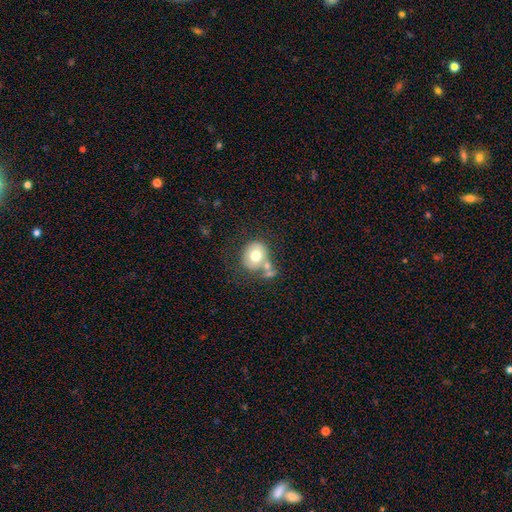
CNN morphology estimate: smooth 70%, featured or disk 22%, star or artifact 8%. Down the decision tree: how rounded — round (69%); merging — none (45%).